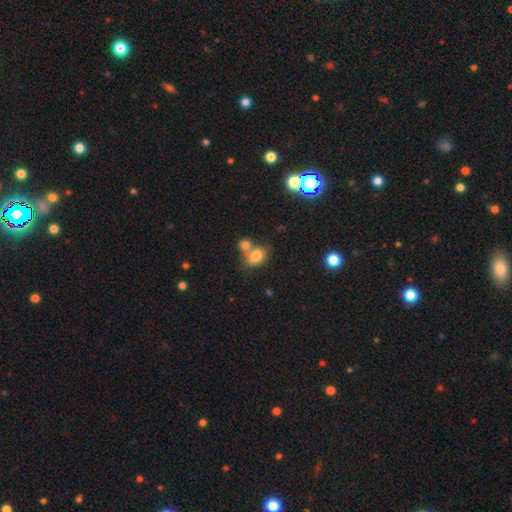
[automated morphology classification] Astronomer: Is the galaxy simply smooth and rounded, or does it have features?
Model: smooth — 78%.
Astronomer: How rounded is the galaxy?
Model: in between — 68%.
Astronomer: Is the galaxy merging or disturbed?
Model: none — 44% (runner-up: merger, 39%).